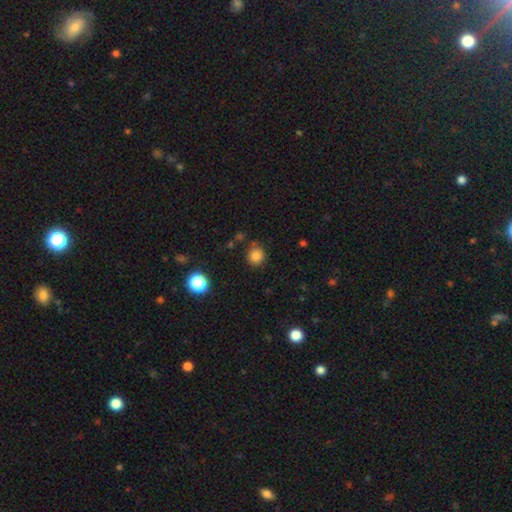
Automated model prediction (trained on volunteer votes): Q: Smooth or featured?
A: smooth (82%); runner-up: star or artifact (13%)
Q: How rounded?
A: round (89%); runner-up: in between (10%)
Q: Merging?
A: none (82%); runner-up: minor disturbance (11%)